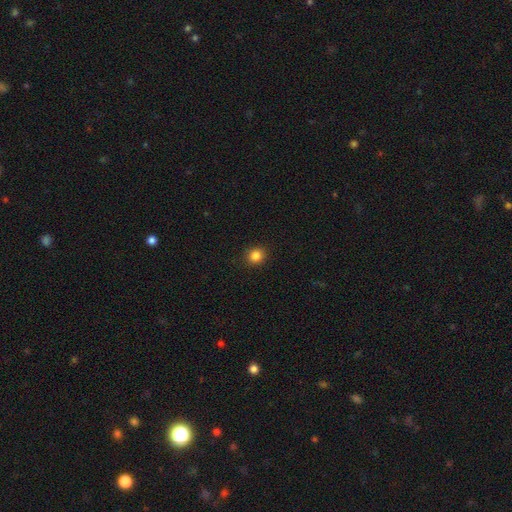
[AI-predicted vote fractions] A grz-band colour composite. It shows a smooth galaxy with no disk features (84%) that is round (86%). Merging: none (92%).